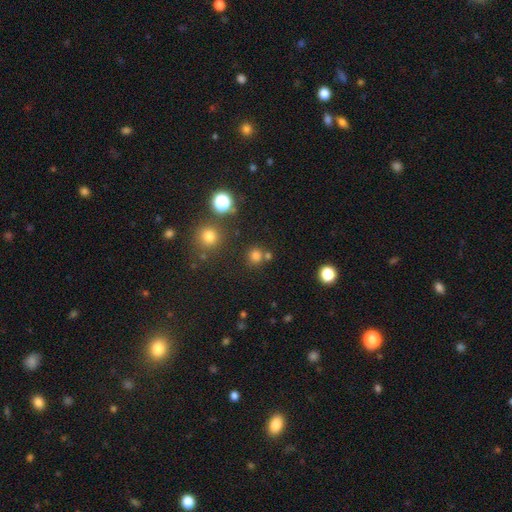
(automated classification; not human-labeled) smooth 74%, star or artifact 21%, featured or disk 5%. Down the decision tree: how rounded — round (91%); merging — none (76%).